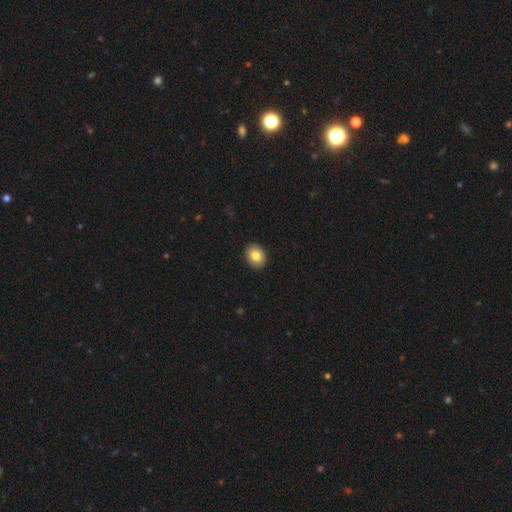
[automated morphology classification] A smooth galaxy with no disk features (82%) that is in between round and cigar-shaped (60%).

Vote fractions:
- Smooth or featured? smooth: 82% / featured or disk: 10% / star or artifact: 8%
- How rounded? in between: 60% / round: 39% / cigar-shaped: 1%
- Merging? none: 91% / minor disturbance: 6% / major disturbance: 2% / merger: 1%